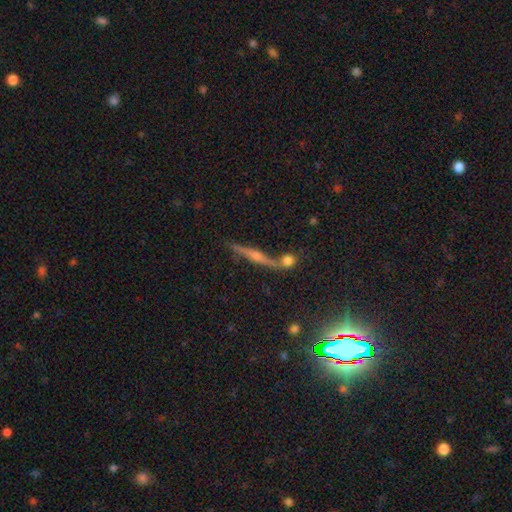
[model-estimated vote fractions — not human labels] featured or disk 66%, smooth 20%, star or artifact 14%. Down the decision tree: edge-on disk — yes (89%); edge-on bulge — rounded (80%); merging — none (60%).